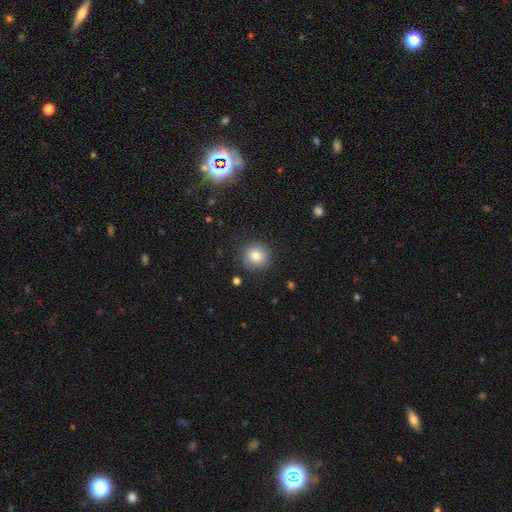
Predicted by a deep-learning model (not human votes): A smooth galaxy with no disk features (80%) that is round (93%).

Vote fractions:
- Smooth or featured? smooth: 80% / star or artifact: 10% / featured or disk: 9%
- How rounded? round: 93% / in between: 6% / cigar-shaped: 1%
- Merging? none: 89% / minor disturbance: 8% / major disturbance: 3% / merger: 1%